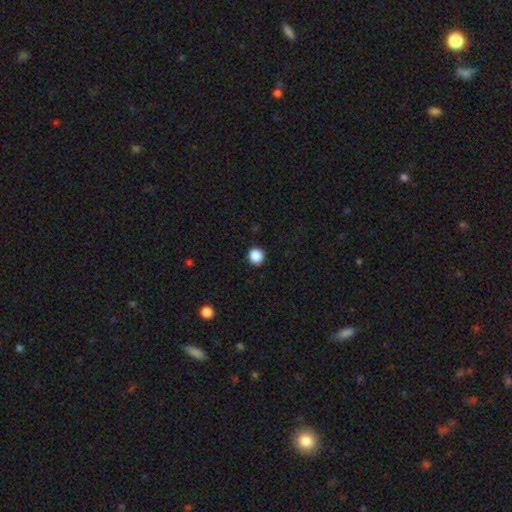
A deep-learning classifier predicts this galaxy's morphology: A smooth galaxy with no disk features (88%) that is round (94%).

Vote fractions:
- Smooth or featured? smooth: 88% / star or artifact: 10% / featured or disk: 2%
- How rounded? round: 94% / in between: 5% / cigar-shaped: 1%
- Merging? none: 92% / minor disturbance: 5% / major disturbance: 2% / merger: 1%